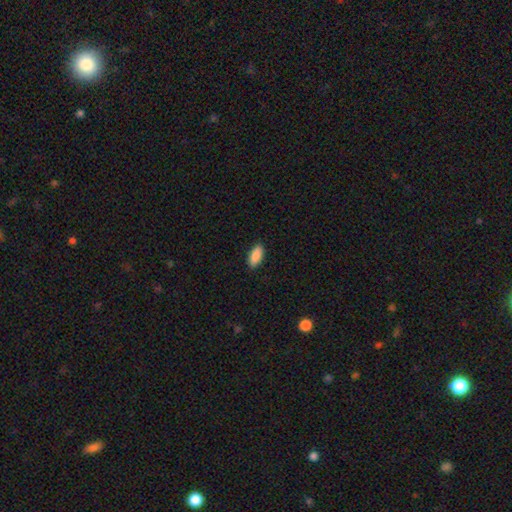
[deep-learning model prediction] Smooth or featured? smooth (90%)
How rounded? in between (84%)
Merging? none (89%)